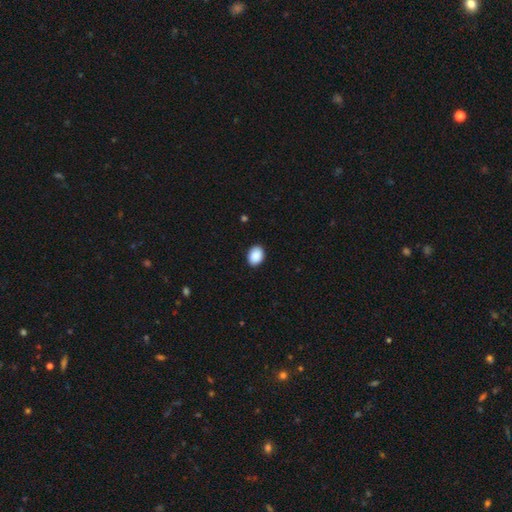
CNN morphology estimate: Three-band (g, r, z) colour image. It shows a smooth galaxy with no disk features (90%) that is in between round and cigar-shaped (68%). Merging: none (90%).